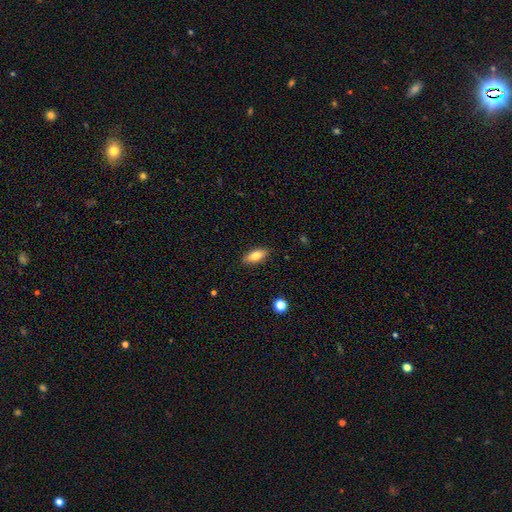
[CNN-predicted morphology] Smooth or featured: smooth — 77% (featured or disk — 16%)
How rounded: in between — 78% (cigar-shaped — 19%)
Merging: none — 88% (minor disturbance — 9%)